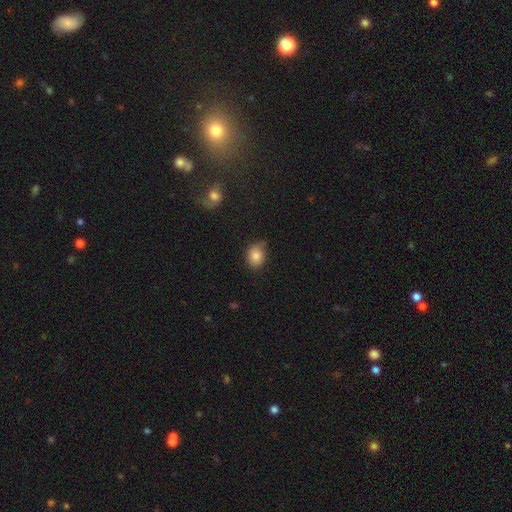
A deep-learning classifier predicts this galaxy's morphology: smooth-or-featured: smooth: 83% | star or artifact: 9% | featured or disk: 8%
  how-rounded: in between: 57% | round: 42% | cigar-shaped: 1%
  merging: none: 72% | minor disturbance: 22% | major disturbance: 4% | merger: 2%